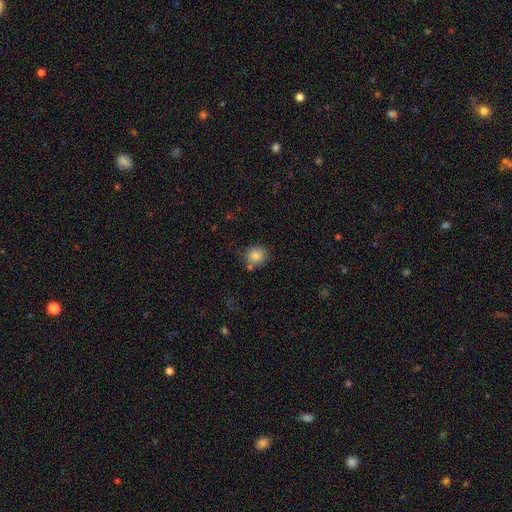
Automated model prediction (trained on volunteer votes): This appears to be a smooth galaxy with no disk features (83%) that is round (84%). Merging: none (69%).